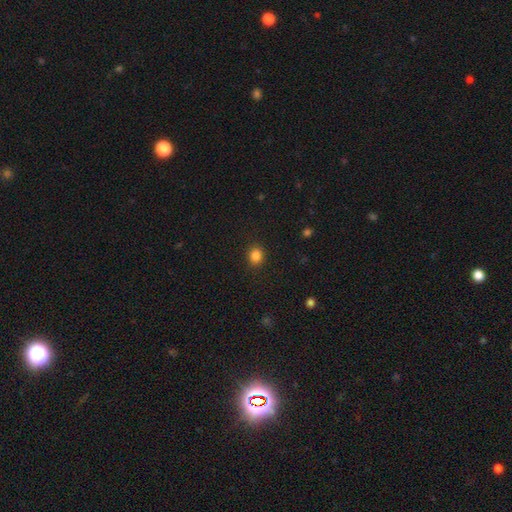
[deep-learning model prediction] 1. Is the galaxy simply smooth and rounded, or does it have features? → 84% smooth, 12% star or artifact, 4% featured or disk.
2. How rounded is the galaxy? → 74% round, 25% in between, 1% cigar-shaped.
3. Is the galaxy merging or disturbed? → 90% none, 7% minor disturbance, 2% major disturbance, 1% merger.